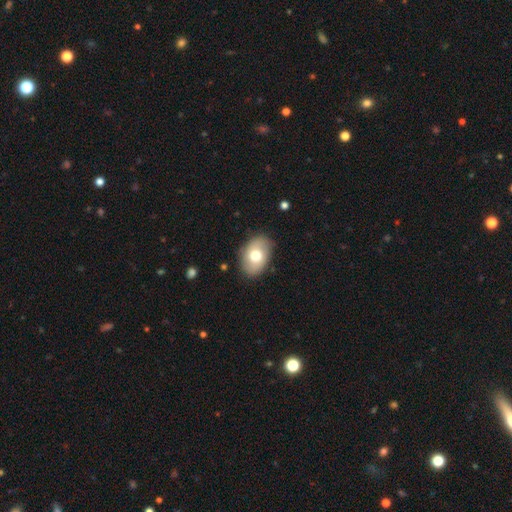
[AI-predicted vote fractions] This is likely a smooth galaxy (70%). How rounded: clearly in between (84%). Merging: clearly none (84%).